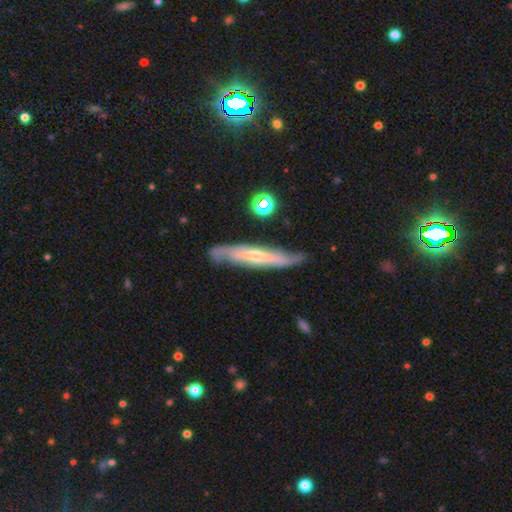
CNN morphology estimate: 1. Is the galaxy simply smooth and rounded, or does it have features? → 68% featured or disk, 26% smooth, 6% star or artifact.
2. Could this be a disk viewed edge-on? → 61% yes, 39% no.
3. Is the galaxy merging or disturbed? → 73% none, 19% minor disturbance, 5% major disturbance, 2% merger.